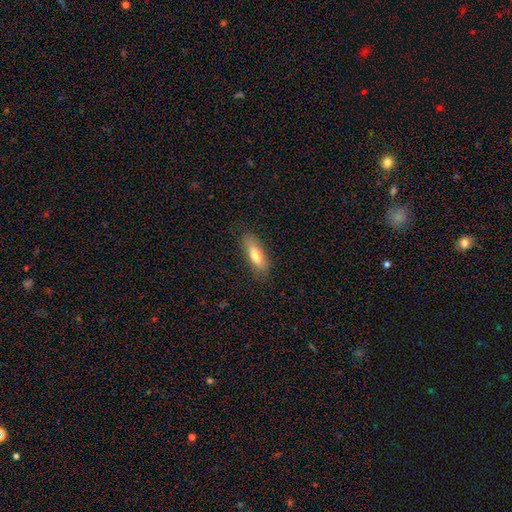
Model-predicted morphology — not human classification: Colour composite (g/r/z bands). It shows a smooth galaxy with no disk features (73%) that is in between round and cigar-shaped (58%). Merging: none (82%).